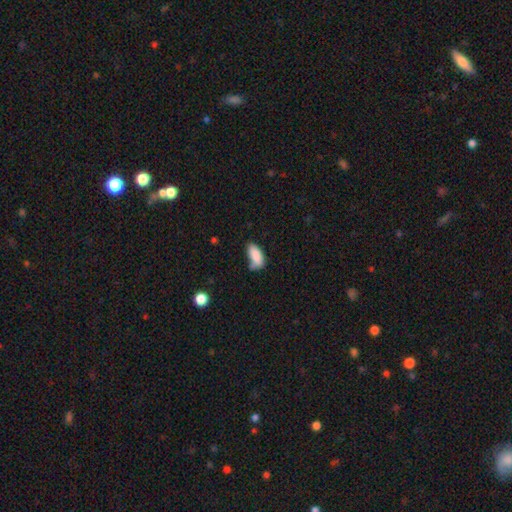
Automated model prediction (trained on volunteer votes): smooth-or-featured: smooth: 85% | star or artifact: 8% | featured or disk: 7%
  how-rounded: in between: 90% | cigar-shaped: 8% | round: 3%
  merging: none: 43% | minor disturbance: 33% | major disturbance: 12% | merger: 12%